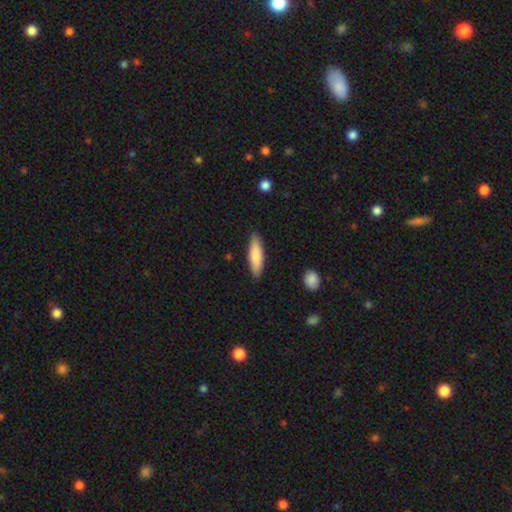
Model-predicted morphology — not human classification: Smooth or featured: smooth — 81% (featured or disk — 14%)
How rounded: cigar-shaped — 65% (in between — 34%)
Merging: none — 88% (minor disturbance — 9%)